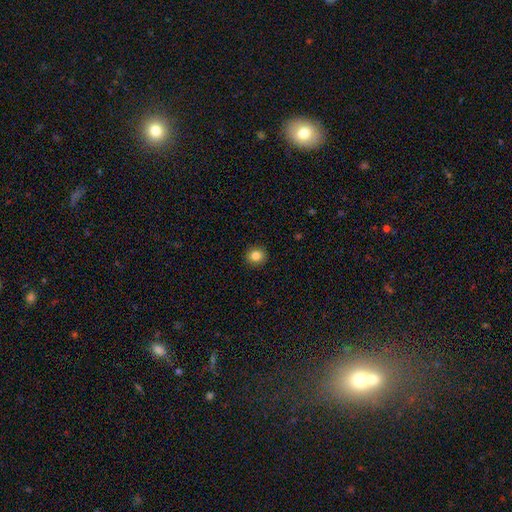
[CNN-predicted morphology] This appears to be a smooth galaxy with no disk features (84%) that is round (87%). Merging: none (92%).